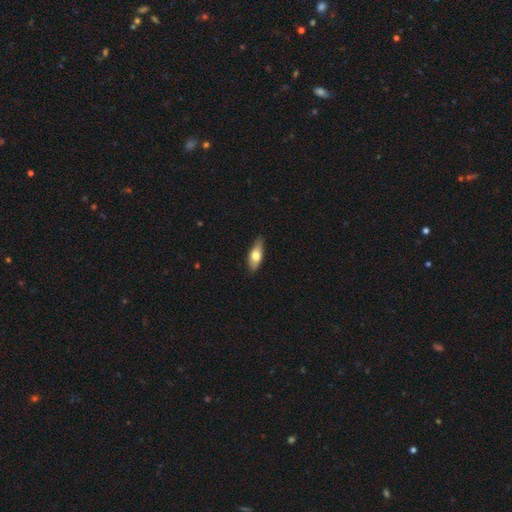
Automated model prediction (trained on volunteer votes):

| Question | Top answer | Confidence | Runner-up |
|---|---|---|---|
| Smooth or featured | smooth | 63% | featured or disk (31%) |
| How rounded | in between | 69% | cigar-shaped (28%) |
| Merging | none | 82% | minor disturbance (14%) |